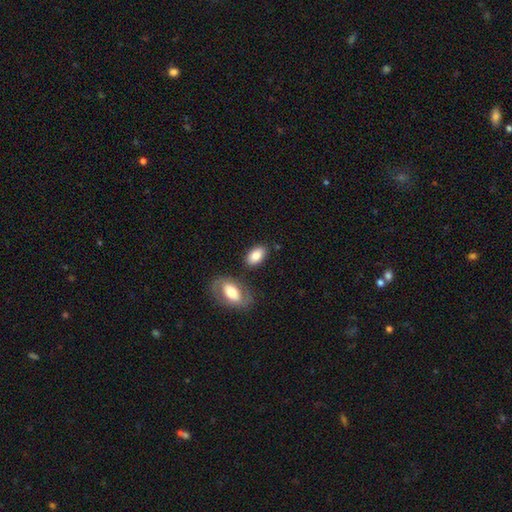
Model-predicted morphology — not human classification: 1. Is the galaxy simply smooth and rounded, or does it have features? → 82% smooth, 12% featured or disk, 6% star or artifact.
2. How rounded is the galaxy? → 92% in between, 6% round, 2% cigar-shaped.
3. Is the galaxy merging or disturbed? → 74% none, 13% minor disturbance, 9% merger, 4% major disturbance.